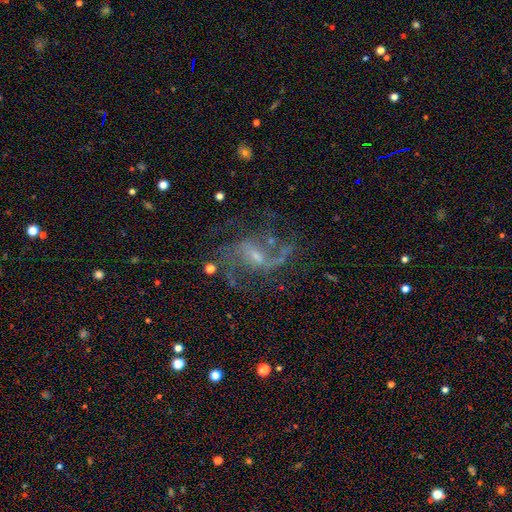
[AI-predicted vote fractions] featured or disk 85%, star or artifact 9%, smooth 6%. Down the decision tree: edge-on disk — no (98%); bar — weak (55%); spiral arms — yes (92%); spiral arm count — 2 (61%); spiral winding — loose (57%); bulge size — small (59%); merging — none (57%).